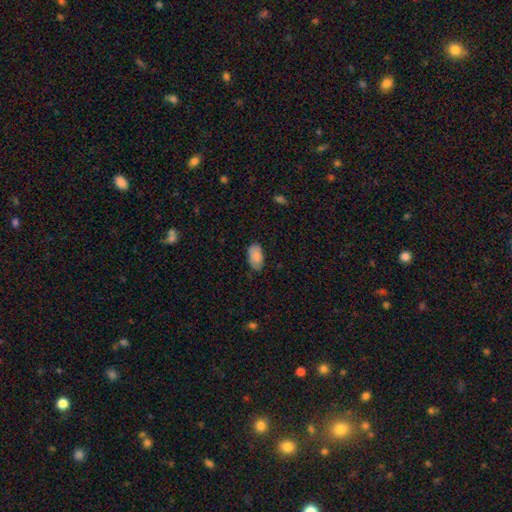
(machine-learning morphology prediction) Overall: smooth (84%). How rounded: in between (94%). Merging: none (74%).